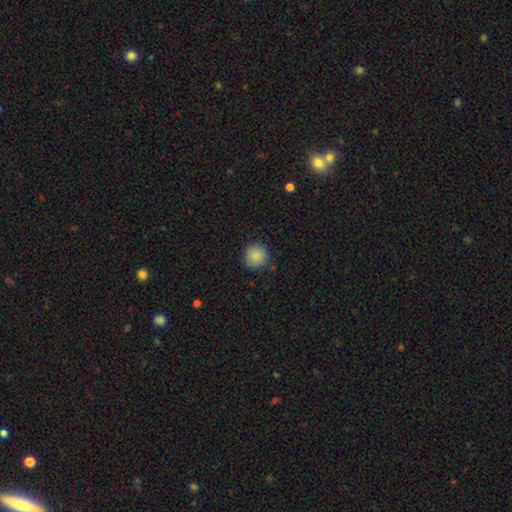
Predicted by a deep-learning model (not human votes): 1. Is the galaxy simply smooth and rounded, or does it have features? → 88% smooth, 8% star or artifact, 4% featured or disk.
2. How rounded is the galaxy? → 94% round, 5% in between, 1% cigar-shaped.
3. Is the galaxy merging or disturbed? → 88% none, 9% minor disturbance, 2% major disturbance, 1% merger.